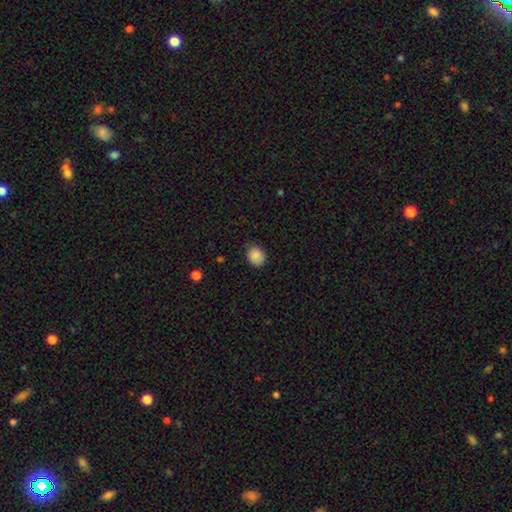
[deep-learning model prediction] Overall: smooth (88%). How rounded: round (57%; in between 43%). Merging: none (82%).